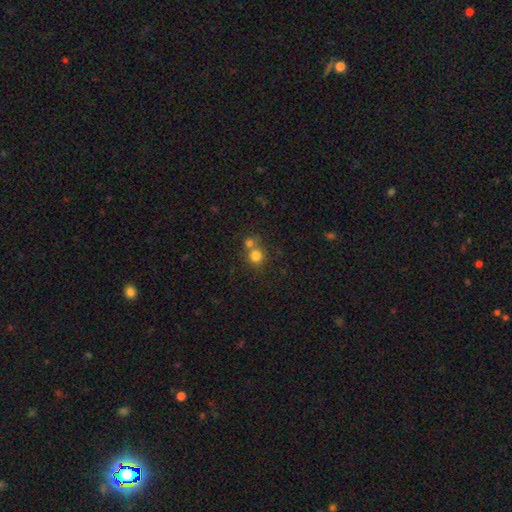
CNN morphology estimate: Smooth or featured? Predicted: smooth (p=0.79). How rounded? Predicted: round (p=0.87). Merging? Predicted: none (p=0.52).